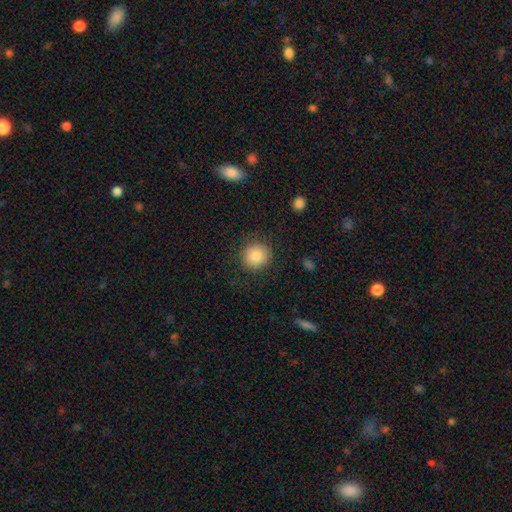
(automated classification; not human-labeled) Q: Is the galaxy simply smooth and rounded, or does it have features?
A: smooth — 84%.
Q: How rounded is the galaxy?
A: round — 90%.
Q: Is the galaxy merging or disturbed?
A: none — 85%.